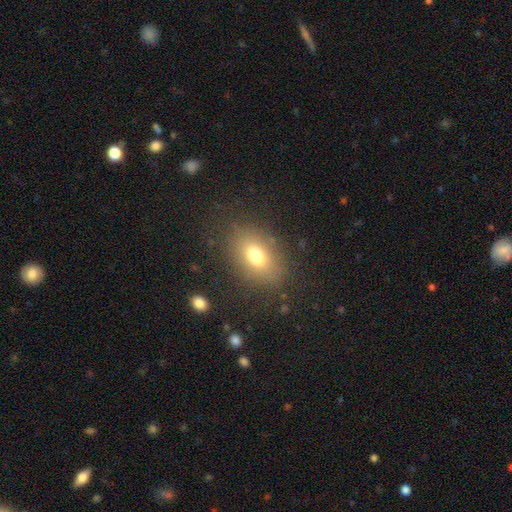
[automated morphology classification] This is likely a smooth galaxy (74%). How rounded: clearly in between (81%). Merging: clearly none (81%).